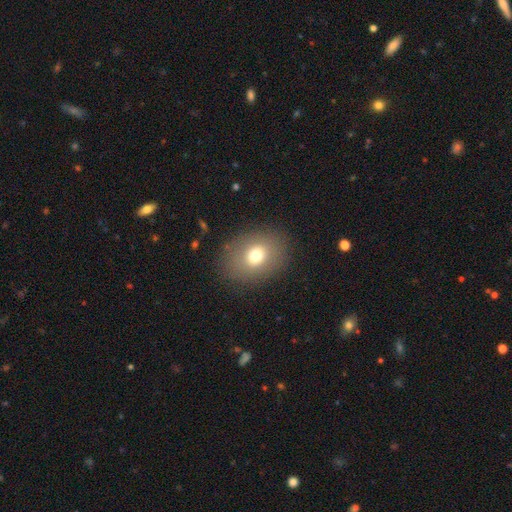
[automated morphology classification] smooth-or-featured: smooth: 72% | featured or disk: 16% | star or artifact: 12%
  how-rounded: in between: 57% | round: 42% | cigar-shaped: 1%
  merging: none: 84% | minor disturbance: 10% | major disturbance: 5% | merger: 1%